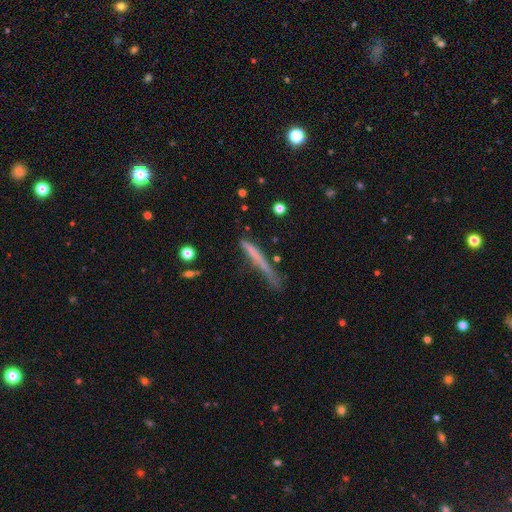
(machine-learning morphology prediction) This is possibly a smooth galaxy (56%). How rounded: clearly cigar-shaped (95%). Merging: possibly none (54%).